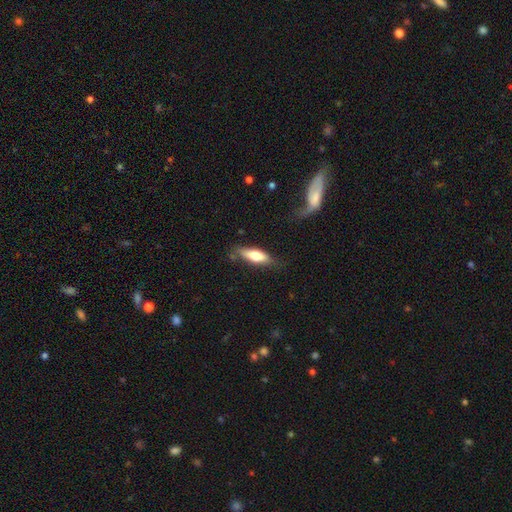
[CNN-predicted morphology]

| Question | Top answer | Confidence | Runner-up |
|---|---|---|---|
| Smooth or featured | smooth | 65% | featured or disk (29%) |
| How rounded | in between | 54% | cigar-shaped (44%) |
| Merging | none | 71% | minor disturbance (20%) |